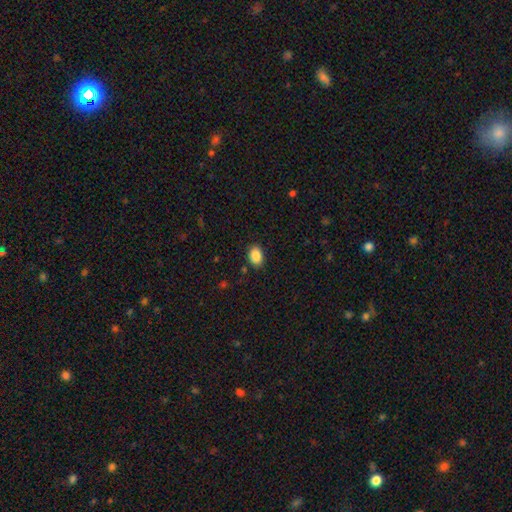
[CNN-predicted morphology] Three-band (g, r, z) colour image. It shows a smooth galaxy with no disk features (88%) that is in between round and cigar-shaped (78%). Merging: none (87%).